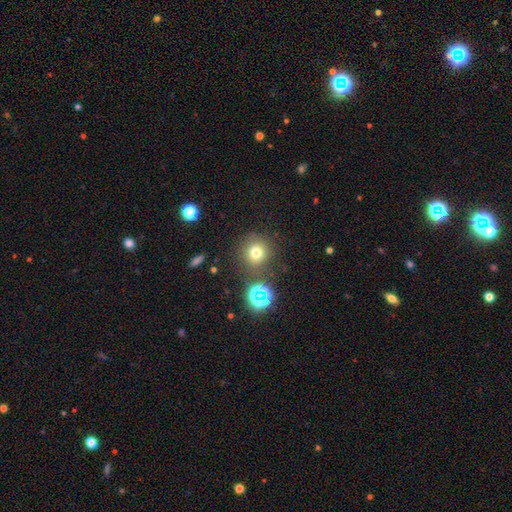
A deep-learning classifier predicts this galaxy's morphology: Overall: smooth (66%). How rounded: round (92%). Merging: none (83%).